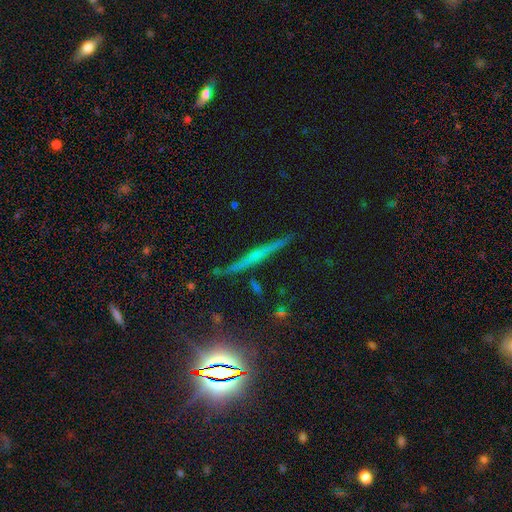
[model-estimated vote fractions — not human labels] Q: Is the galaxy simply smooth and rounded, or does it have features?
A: featured or disk — 56%.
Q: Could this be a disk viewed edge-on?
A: yes — 96%.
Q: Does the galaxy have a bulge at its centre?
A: none — 51%.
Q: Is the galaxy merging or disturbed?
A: none — 84%.